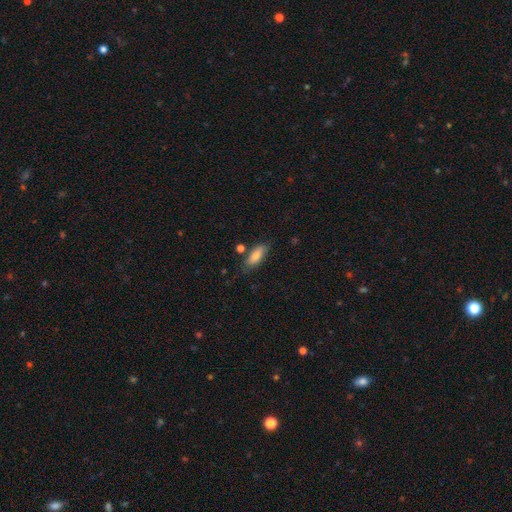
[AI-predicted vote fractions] The model was most divided on "merging": none: 71%, minor disturbance: 19%, merger: 6%, major disturbance: 4%. More confident: smooth or featured — smooth (78%); how rounded — in between (76%).